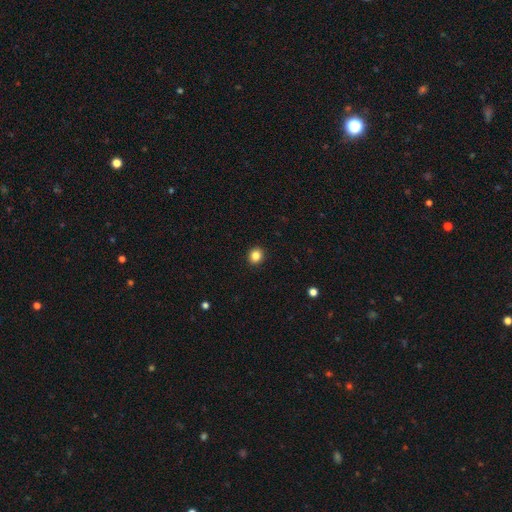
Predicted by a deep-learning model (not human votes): smooth 85%, star or artifact 11%, featured or disk 5%. Down the decision tree: how rounded — round (82%); merging — none (93%).